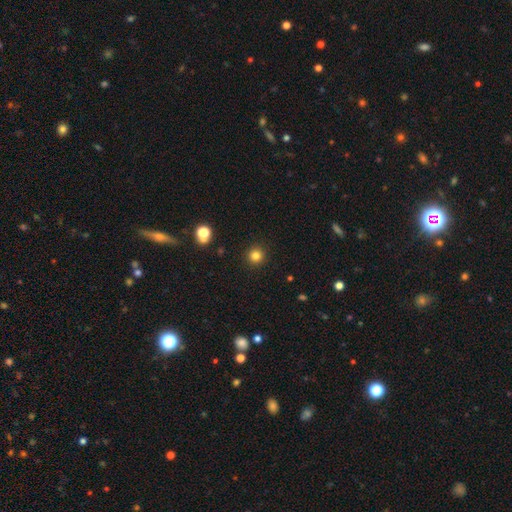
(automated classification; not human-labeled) A smooth galaxy with no disk features (82%) that is round (95%). Merging: none (92%).